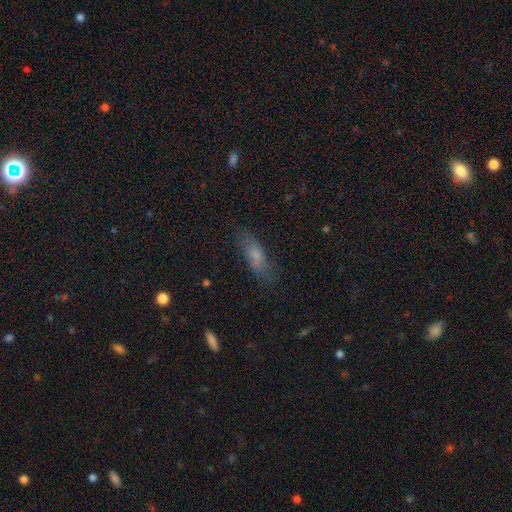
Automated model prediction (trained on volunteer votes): Morphology: type=smooth (70%); roundness=in between (50%); merging=none (72%).